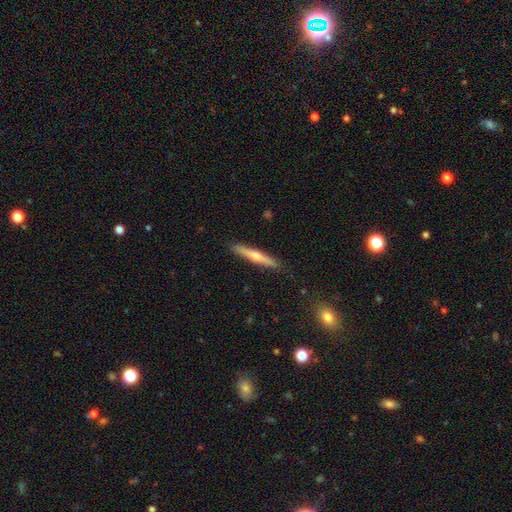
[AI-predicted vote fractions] smooth_or_featured: featured or disk (p=0.54) [alt: smooth p=0.40]
disk_edge_on: yes (p=0.96) [alt: no p=0.04]
edge_on_bulge: rounded (p=0.83) [alt: none p=0.15]
merging: none (p=0.90) [alt: minor disturbance p=0.08]